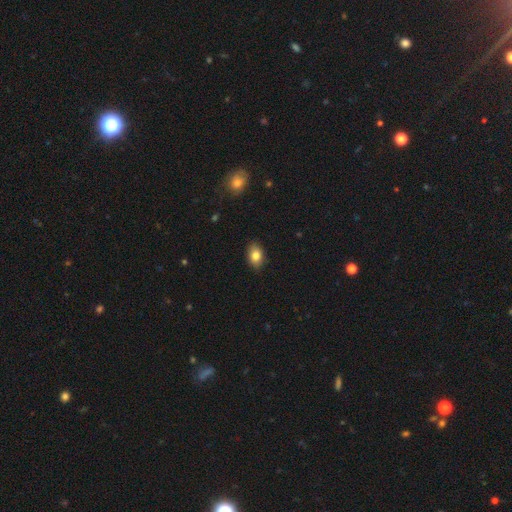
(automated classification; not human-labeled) Smooth or featured?
  - smooth: 82% *
  - featured or disk: 9%
  - star or artifact: 8%
How rounded?
  - in between: 82% *
  - round: 16%
  - cigar-shaped: 1%
Merging?
  - none: 86% *
  - minor disturbance: 11%
  - major disturbance: 2%
  - merger: 1%